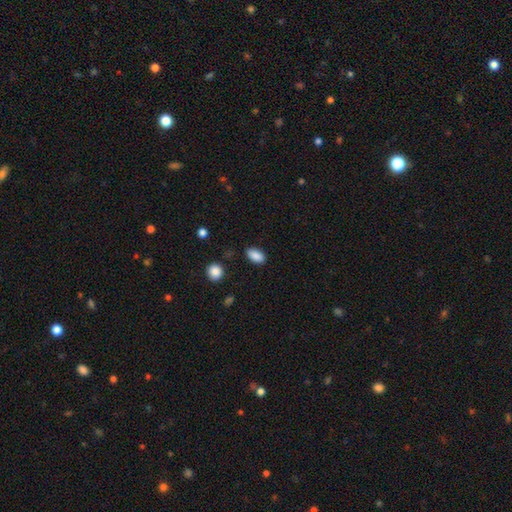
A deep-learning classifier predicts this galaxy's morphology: Q: Smooth or featured?
A: smooth (88%); runner-up: star or artifact (8%)
Q: How rounded?
A: in between (91%); runner-up: round (6%)
Q: Merging?
A: none (85%); runner-up: minor disturbance (11%)